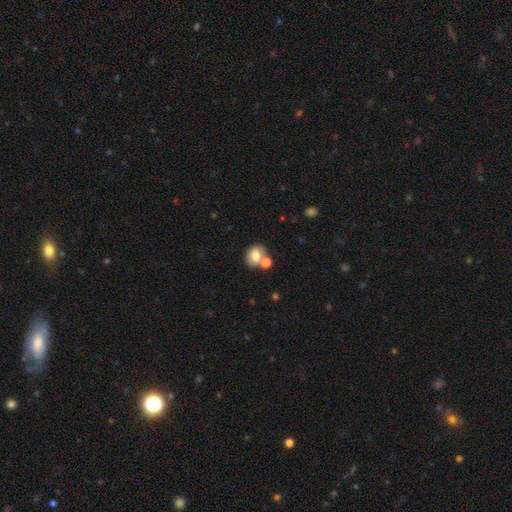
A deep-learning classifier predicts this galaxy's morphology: type=smooth (74%); roundness=round (53%); merging=none (55%).